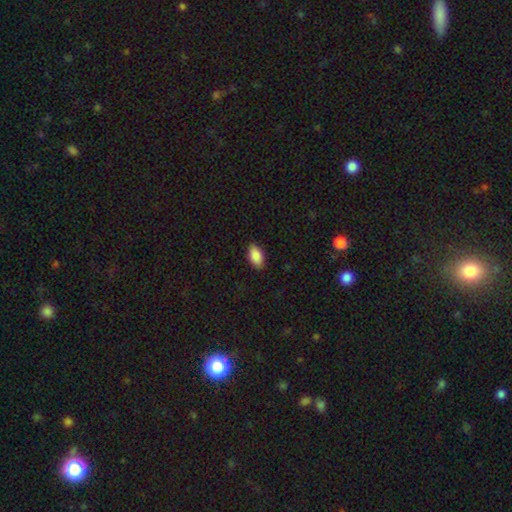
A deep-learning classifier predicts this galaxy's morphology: Q: Smooth or featured?
A: smooth (89%); runner-up: star or artifact (7%)
Q: How rounded?
A: in between (94%); runner-up: round (4%)
Q: Merging?
A: none (88%); runner-up: minor disturbance (9%)